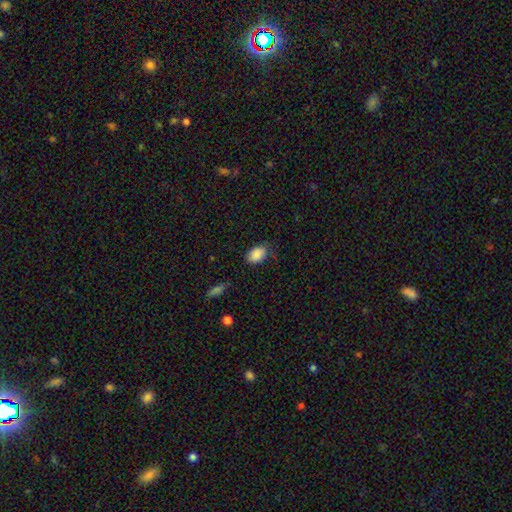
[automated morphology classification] This appears to be a smooth galaxy with no disk features (88%) that is in between round and cigar-shaped (87%). Merging: none (75%).